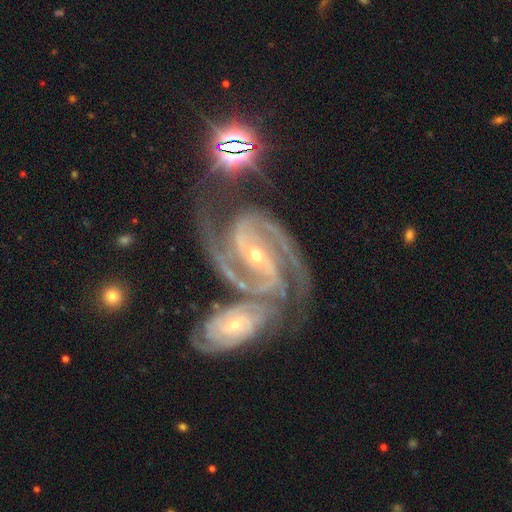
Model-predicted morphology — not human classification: Smooth or featured? Predicted: featured or disk (p=0.80). Edge-on disk? Predicted: no (p=0.97). Bar? Predicted: no (p=0.42). Spiral arms? Predicted: yes (p=0.87). Spiral winding? Predicted: medium (p=0.45). Spiral arm count? Predicted: 2 (p=0.75). Bulge size? Predicted: small (p=0.56). Merging? Predicted: merger (p=0.49).